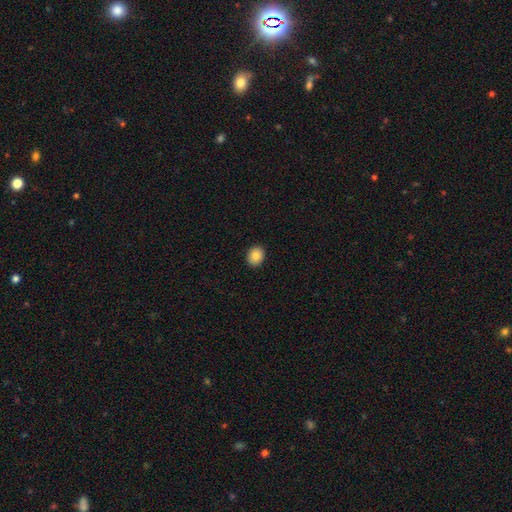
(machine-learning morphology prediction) smooth 85%, star or artifact 9%, featured or disk 6%. Down the decision tree: how rounded — round (55%); merging — none (91%).